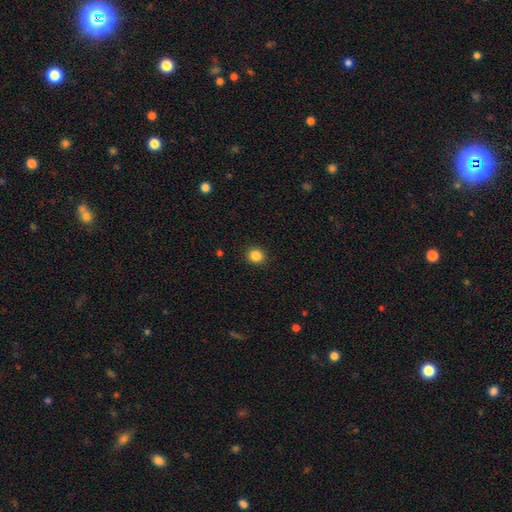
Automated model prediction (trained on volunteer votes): smooth_or_featured: smooth (p=0.86) [alt: star or artifact p=0.11]
how_rounded: round (p=0.85) [alt: in between p=0.14]
merging: none (p=0.92) [alt: minor disturbance p=0.05]